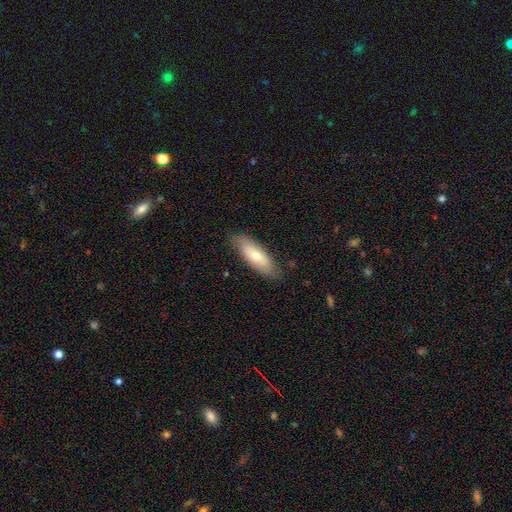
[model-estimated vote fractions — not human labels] Smooth or featured: smooth — 62% (featured or disk — 32%)
How rounded: in between — 61% (cigar-shaped — 37%)
Merging: none — 81% (minor disturbance — 15%)